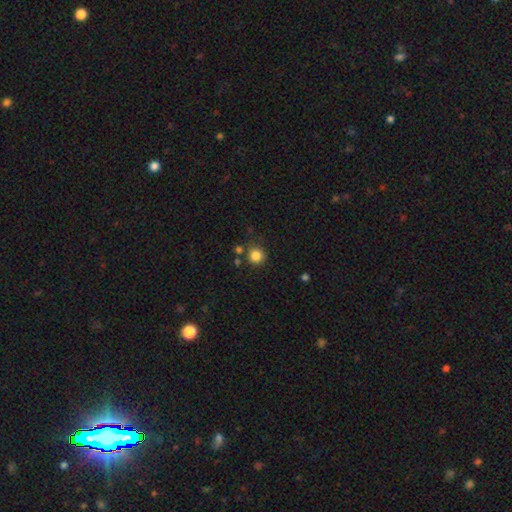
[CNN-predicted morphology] A smooth galaxy with no disk features (84%) that is round (92%). Merging: none (79%).